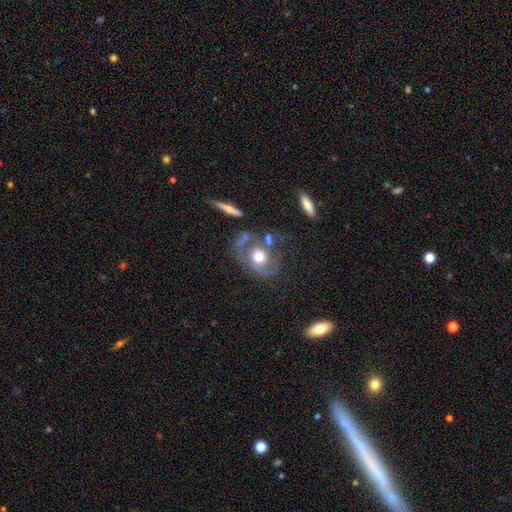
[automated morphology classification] featured or disk 68%, smooth 22%, star or artifact 10%. Down the decision tree: edge-on disk — no (92%); bar — no (75%); spiral arms — yes (63%); bulge size — moderate (68%); merging — none (54%).